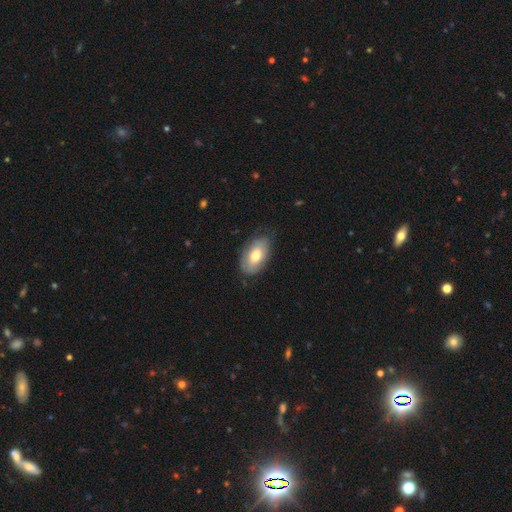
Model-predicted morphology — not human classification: Smooth or featured? Predicted: smooth (p=0.69). How rounded? Predicted: in between (p=0.93). Merging? Predicted: none (p=0.73).